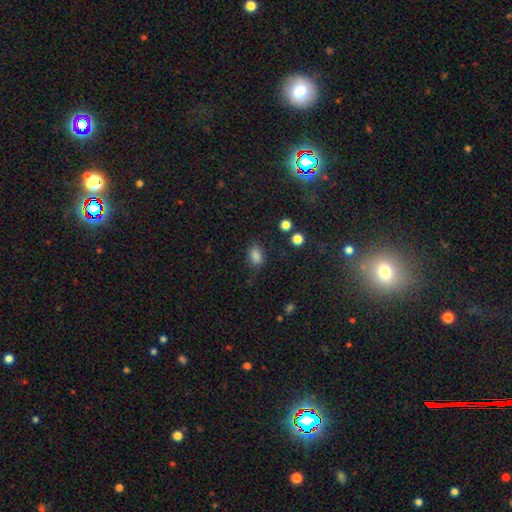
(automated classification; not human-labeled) This appears to be a smooth galaxy with no disk features (84%) that is in between round and cigar-shaped (81%). Merging: none (74%).